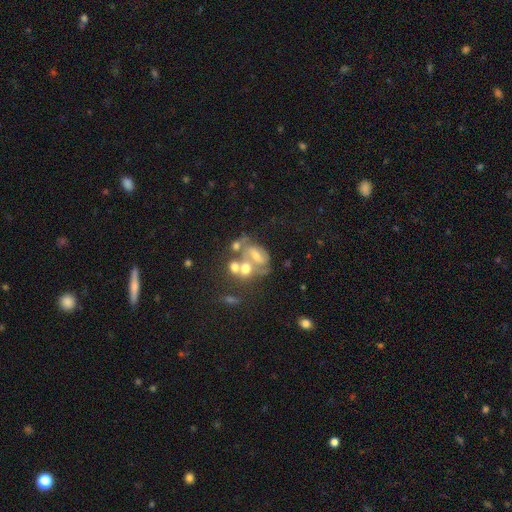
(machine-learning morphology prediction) smooth_or_featured: featured or disk (p=0.49) [alt: smooth p=0.36]
merging: merger (p=0.51) [alt: none p=0.21]